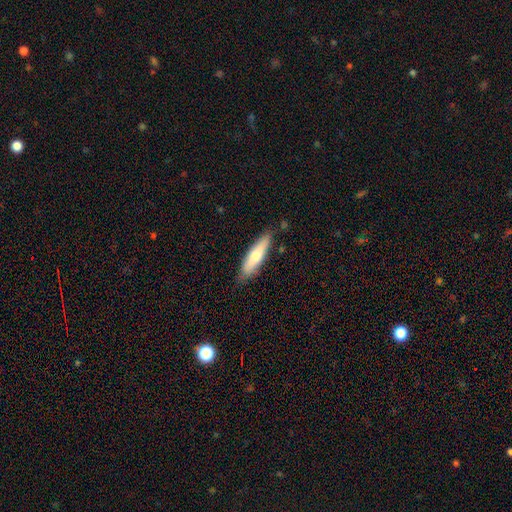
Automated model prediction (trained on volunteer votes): A smooth galaxy with no disk features (63%) that is cigar-shaped (71%). Merging: none (82%).